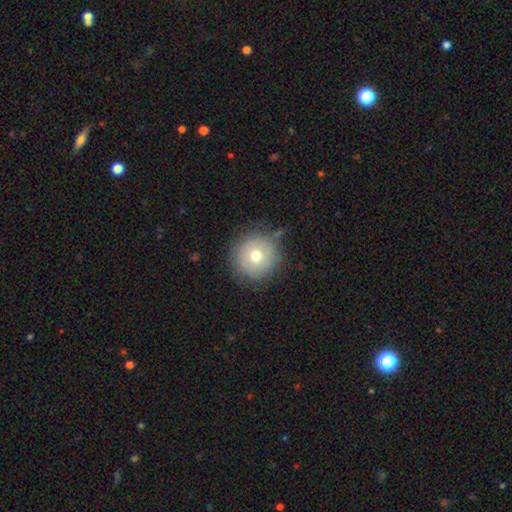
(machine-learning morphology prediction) smooth_or_featured: smooth (p=0.70) [alt: featured or disk p=0.20]
how_rounded: round (p=0.96) [alt: in between p=0.03]
merging: none (p=0.83) [alt: minor disturbance p=0.11]